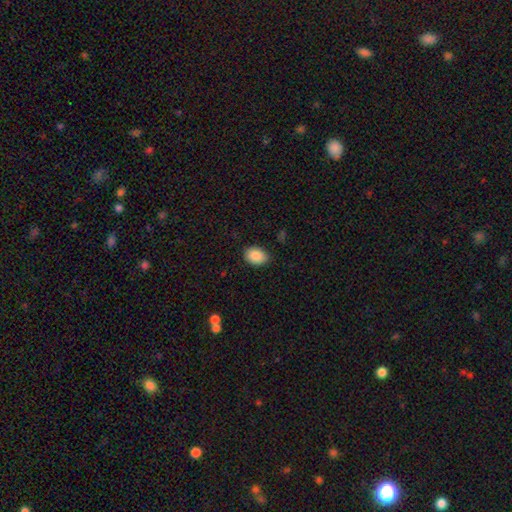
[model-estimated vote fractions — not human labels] Smooth or featured? Predicted: smooth (p=0.89). How rounded? Predicted: in between (p=0.74). Merging? Predicted: none (p=0.84).